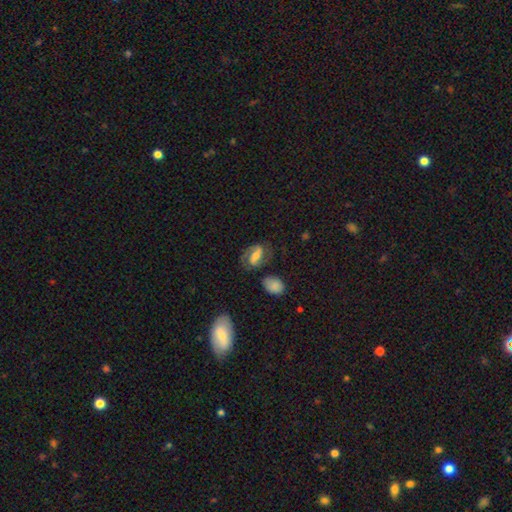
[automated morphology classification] Smooth or featured? featured or disk (75%)
Edge-on disk? no (96%)
Bar? strong (45%)
Spiral arms? yes (92%)
Spiral winding? medium (52%)
Spiral arm count? 2 (89%)
Bulge size? moderate (51%)
Merging? none (69%)